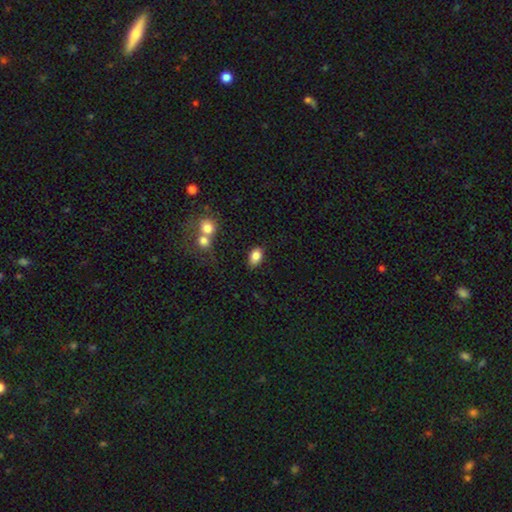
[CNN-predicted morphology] smooth_or_featured: smooth (p=0.83) [alt: star or artifact p=0.09]
how_rounded: in between (p=0.87) [alt: round p=0.12]
merging: none (p=0.78) [alt: minor disturbance p=0.13]